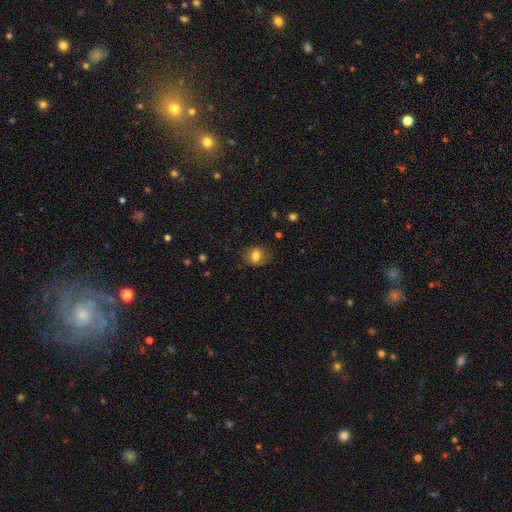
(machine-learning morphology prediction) smooth_or_featured: smooth (p=0.78) [alt: featured or disk p=0.12]
how_rounded: round (p=0.53) [alt: in between p=0.46]
merging: none (p=0.74) [alt: minor disturbance p=0.18]